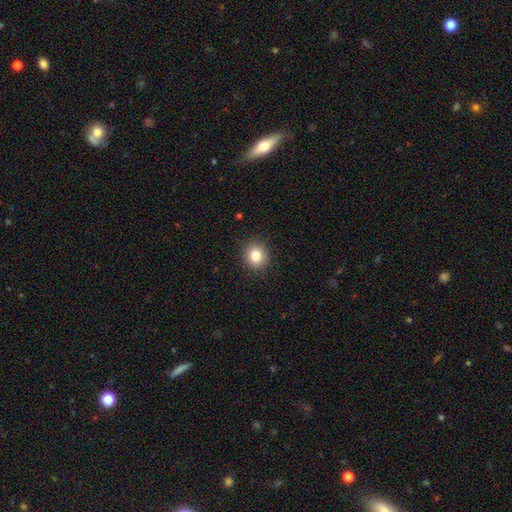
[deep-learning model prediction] smooth 82%, star or artifact 11%, featured or disk 7%. Down the decision tree: how rounded — round (86%); merging — none (91%).